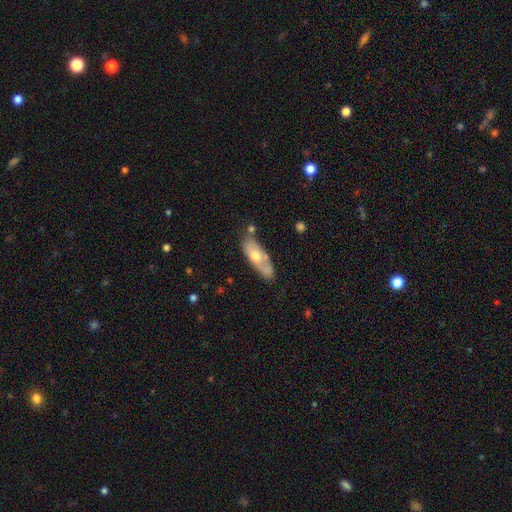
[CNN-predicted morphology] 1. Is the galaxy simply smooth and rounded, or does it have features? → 48% smooth, 46% featured or disk, 6% star or artifact.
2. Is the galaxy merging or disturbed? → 57% none, 24% minor disturbance, 11% merger, 8% major disturbance.